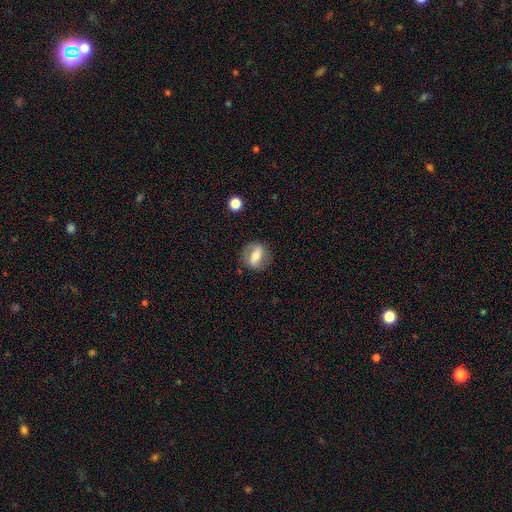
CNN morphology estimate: Overall: featured or disk (57%; smooth 36%). Edge-on disk: no (91%). Bar: strong (57%; weak 28%). Spiral arms: yes (66%; no 34%). Bulge size: moderate (60%; small 24%). Merging: none (79%).